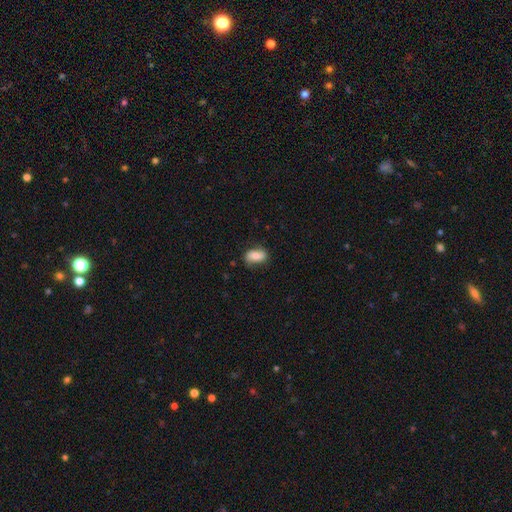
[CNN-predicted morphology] smooth 73%, featured or disk 20%, star or artifact 7%. Down the decision tree: how rounded — in between (88%); merging — none (76%).